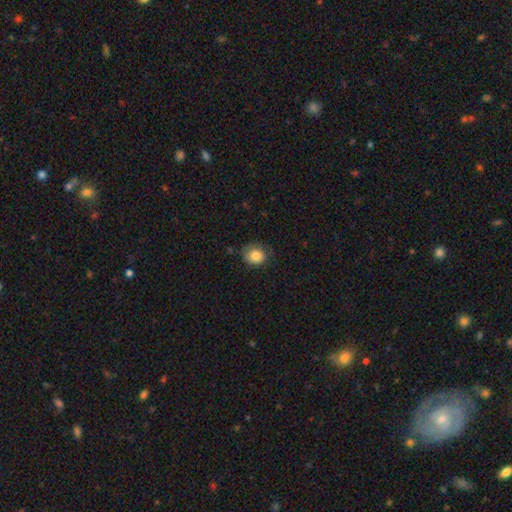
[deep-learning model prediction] smooth_or_featured: smooth (p=0.83) [alt: star or artifact p=0.09]
how_rounded: round (p=0.75) [alt: in between p=0.24]
merging: none (p=0.73) [alt: minor disturbance p=0.21]